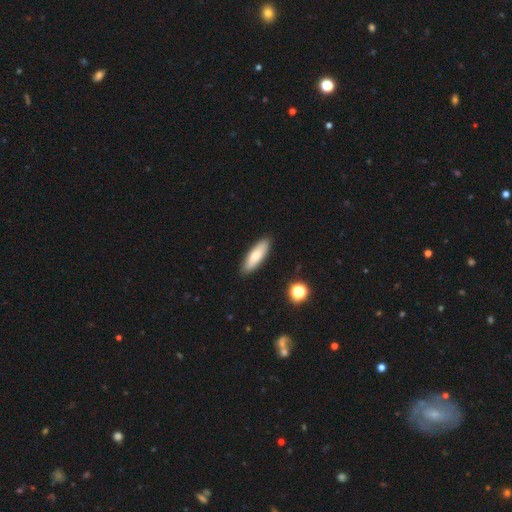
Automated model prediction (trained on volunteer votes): smooth-or-featured: smooth: 76% | featured or disk: 18% | star or artifact: 6%
  how-rounded: cigar-shaped: 50% | in between: 48% | round: 2%
  merging: none: 89% | minor disturbance: 8% | major disturbance: 2% | merger: 1%